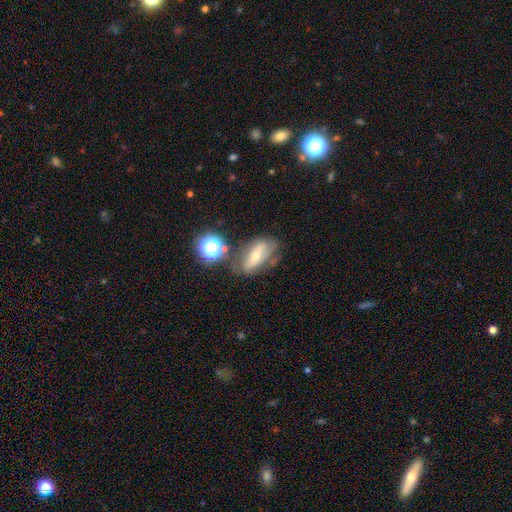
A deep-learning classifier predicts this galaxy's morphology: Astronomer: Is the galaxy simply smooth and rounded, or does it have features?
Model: featured or disk — 48% (runner-up: smooth, 39%).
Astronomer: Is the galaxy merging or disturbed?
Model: none — 49% (runner-up: minor disturbance, 25%).